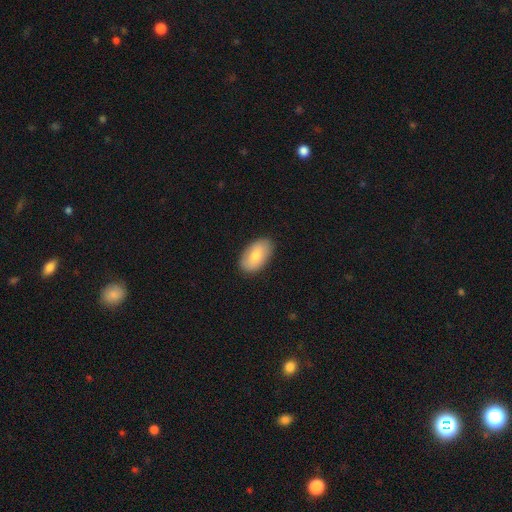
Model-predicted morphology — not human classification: Smooth or featured? Predicted: smooth (p=0.77). How rounded? Predicted: in between (p=0.94). Merging? Predicted: none (p=0.88).